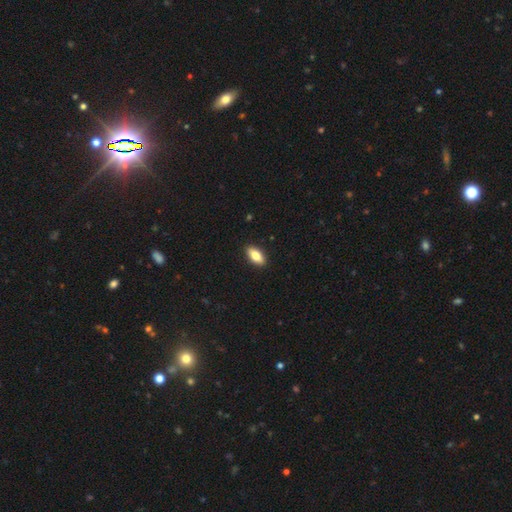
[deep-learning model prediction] Smooth or featured? Predicted: smooth (p=0.78). How rounded? Predicted: in between (p=0.87). Merging? Predicted: none (p=0.91).